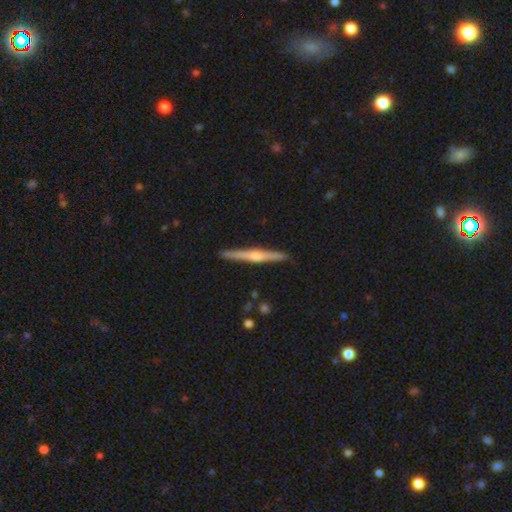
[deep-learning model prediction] Smooth or featured?
  - featured or disk: 76% *
  - smooth: 19%
  - star or artifact: 6%
Edge-on disk?
  - yes: 98% *
  - no: 2%
Edge-on bulge?
  - rounded: 83% *
  - none: 11%
  - boxy: 6%
Merging?
  - none: 90% *
  - minor disturbance: 7%
  - merger: 1%
  - major disturbance: 1%